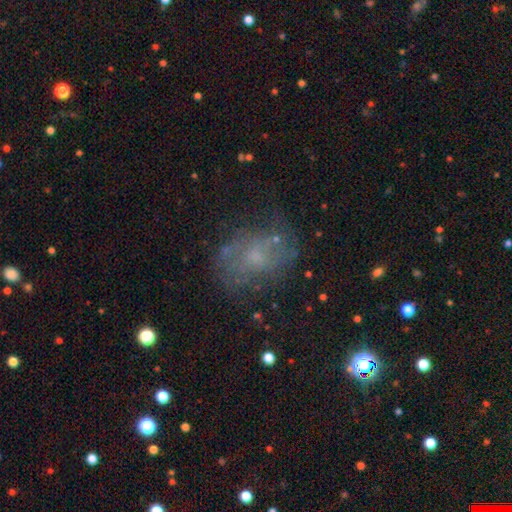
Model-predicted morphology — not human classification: This is possibly a featured or disk galaxy (47%). Merging: possibly none (58%).